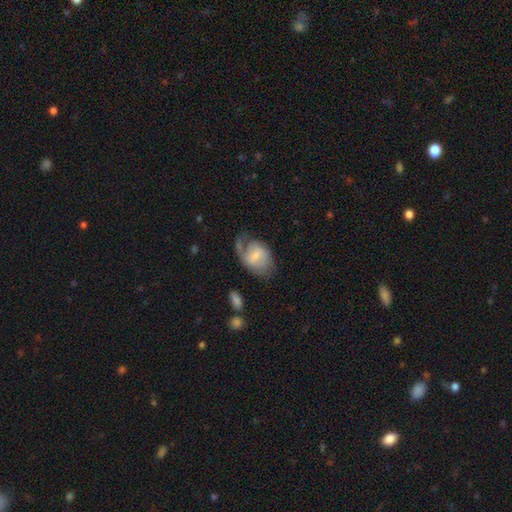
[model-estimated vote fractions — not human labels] smooth-or-featured: featured or disk: 59% | smooth: 34% | star or artifact: 7%
  disk-edge-on: no: 97% | yes: 3%
    bar: weak: 56% | no: 26% | strong: 18%
    has-spiral-arms: yes: 82% | no: 18%
    bulge-size: small: 44% | moderate: 35% | none: 14% | large: 6% | dominant: 1%
  merging: none: 42% | major disturbance: 28% | minor disturbance: 26% | merger: 4%